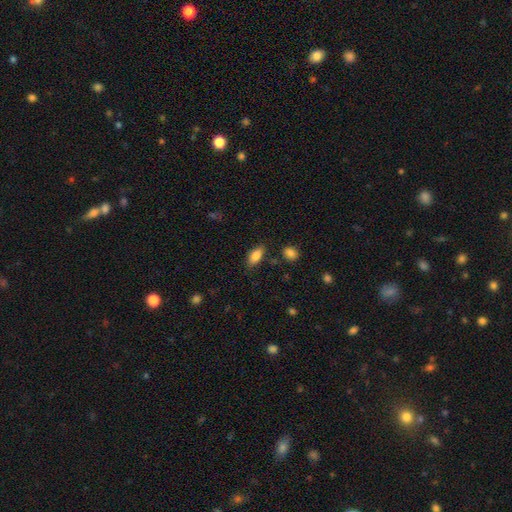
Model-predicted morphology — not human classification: Overall: smooth (82%). How rounded: in between (86%). Merging: none (82%).